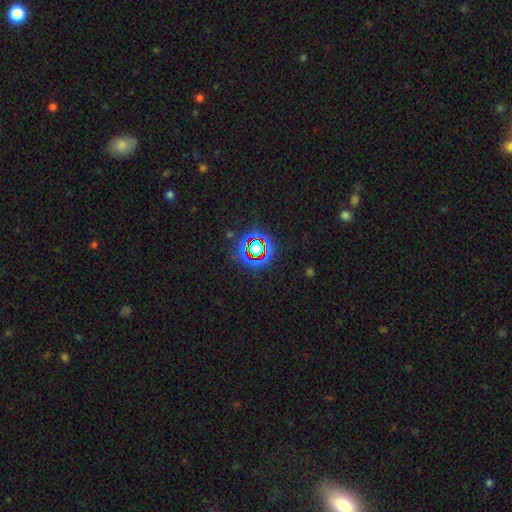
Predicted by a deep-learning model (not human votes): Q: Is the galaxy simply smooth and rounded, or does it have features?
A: star or artifact — 77%.